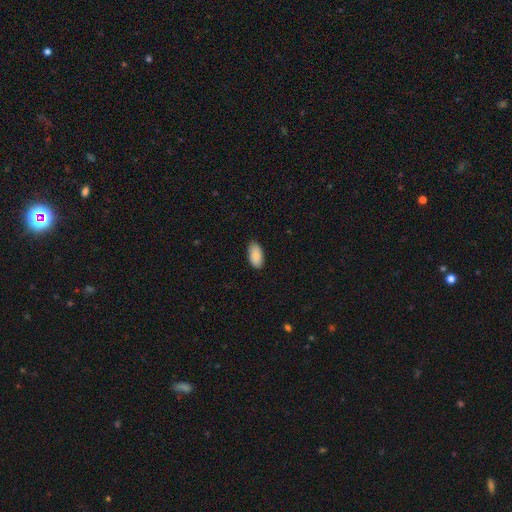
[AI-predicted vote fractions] Morphology: type=smooth (88%); roundness=in between (95%); merging=none (87%).